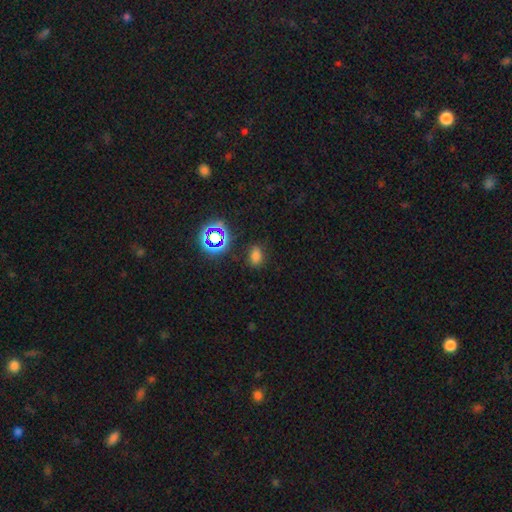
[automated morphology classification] Smooth or featured: smooth — 69% (star or artifact — 25%)
How rounded: in between — 81% (round — 17%)
Merging: none — 81% (minor disturbance — 13%)